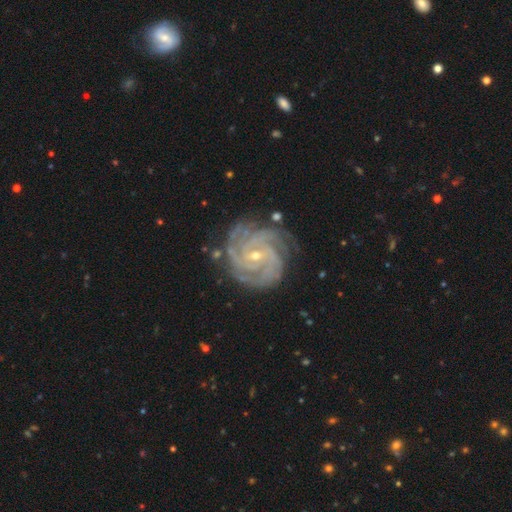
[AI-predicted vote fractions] This appears to be a featured or disk galaxy (92%) with no bar (44%), 4 (38%) tight (78%) spiral arms (99%) and a small central bulge (71%). Merging: none (79%).